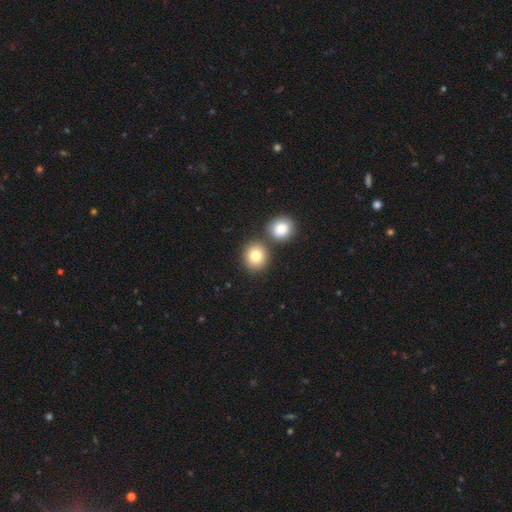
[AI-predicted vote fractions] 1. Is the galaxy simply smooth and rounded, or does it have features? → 82% smooth, 10% star or artifact, 8% featured or disk.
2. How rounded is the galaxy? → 84% round, 15% in between, 1% cigar-shaped.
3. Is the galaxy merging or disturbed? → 68% none, 22% merger, 7% minor disturbance, 2% major disturbance.